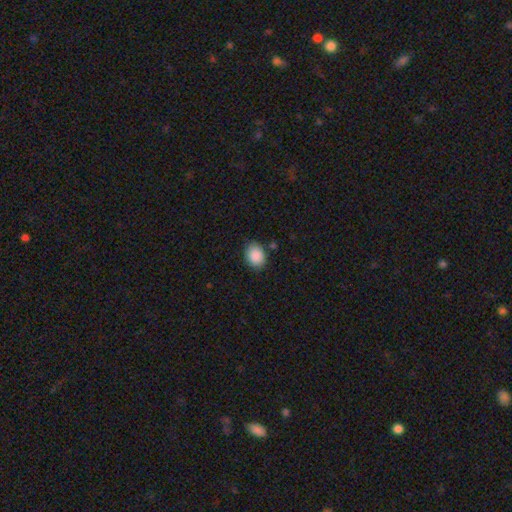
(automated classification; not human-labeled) This is clearly a smooth galaxy (90%). How rounded: likely in between (65%). Merging: clearly none (82%).